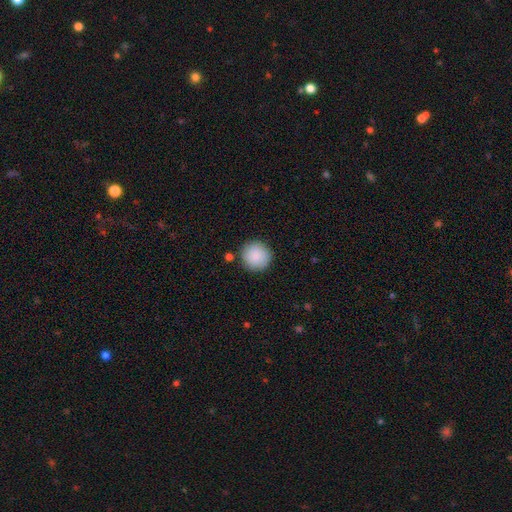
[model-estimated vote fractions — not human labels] smooth 89%, star or artifact 7%, featured or disk 4%. Down the decision tree: how rounded — round (95%); merging — none (87%).